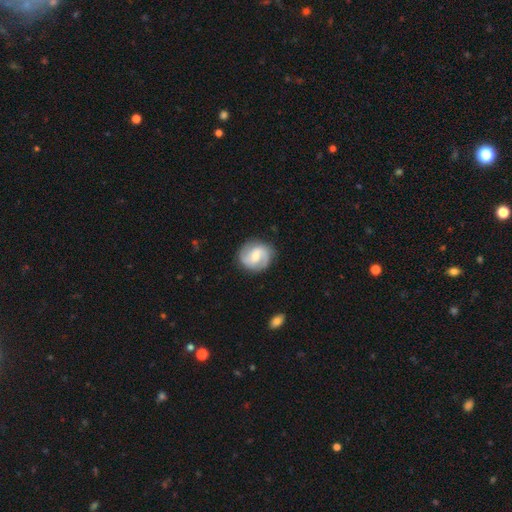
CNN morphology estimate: Overall: featured or disk (74%). Edge-on disk: no (98%). Bar: weak (52%; no 31%). Spiral arms: yes (95%). Spiral arm count: 2 (86%). Spiral winding: medium (48%; tight 30%). Bulge size: moderate (48%; small 43%). Merging: none (85%).